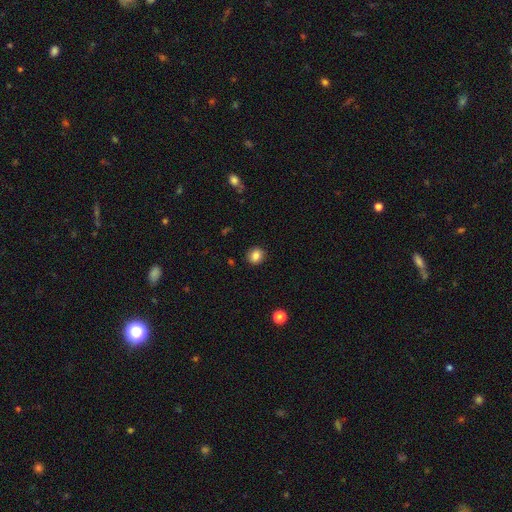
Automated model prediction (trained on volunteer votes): A smooth galaxy with no disk features (84%) that is round (81%). Merging: none (90%).